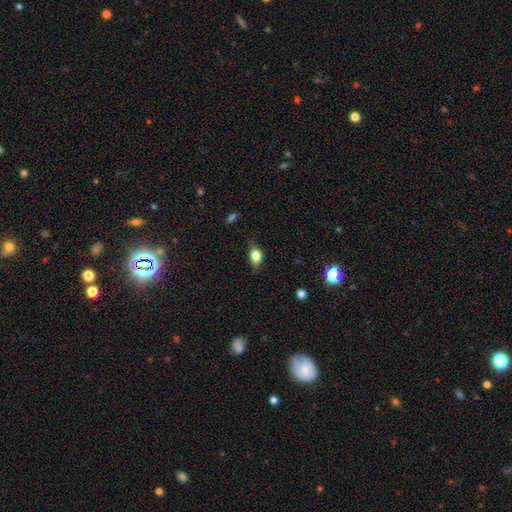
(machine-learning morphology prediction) smooth 75%, featured or disk 15%, star or artifact 10%. Down the decision tree: how rounded — in between (67%); merging — none (64%).